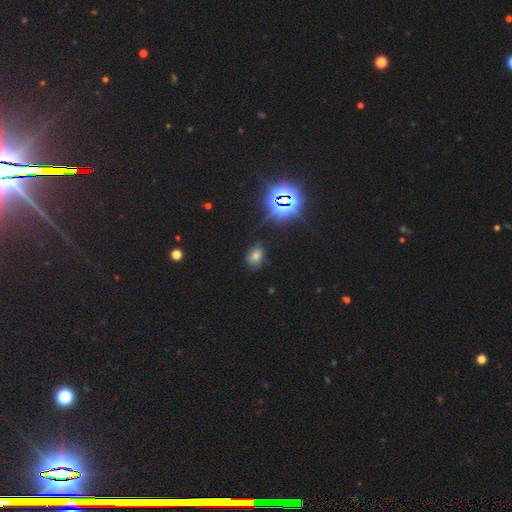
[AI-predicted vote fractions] This appears to be a smooth galaxy with no disk features (45%). Merging: none (71%).